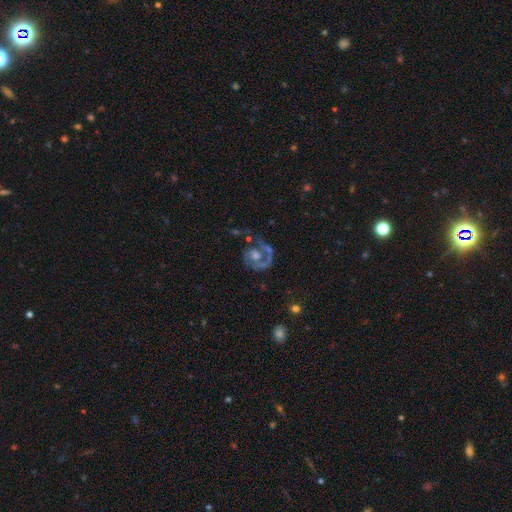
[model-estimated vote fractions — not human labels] smooth_or_featured: featured or disk (p=0.79) [alt: smooth p=0.13]
disk_edge_on: no (p=0.98) [alt: yes p=0.02]
bar: no (p=0.74) [alt: weak p=0.21]
has_spiral_arms: yes (p=0.85) [alt: no p=0.15]
spiral_winding: medium (p=0.40) [alt: tight p=0.36]
spiral_arm_count: 1 (p=0.74) [alt: 2 p=0.16]
bulge_size: moderate (p=0.53) [alt: small p=0.20]
merging: none (p=0.46) [alt: major disturbance p=0.29]